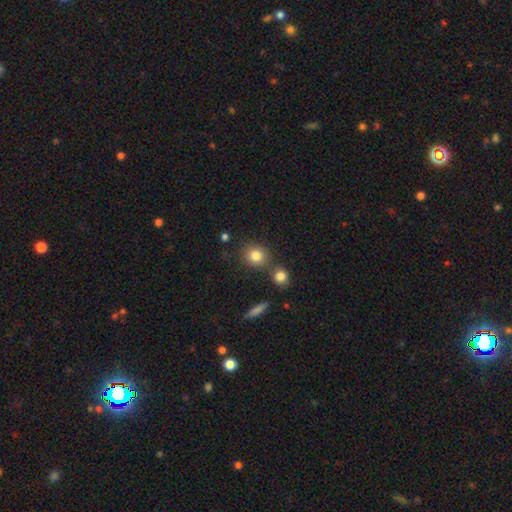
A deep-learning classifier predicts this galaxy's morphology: Smooth or featured: smooth — 82% (star or artifact — 11%)
How rounded: round — 82% (in between — 16%)
Merging: none — 71% (merger — 16%)